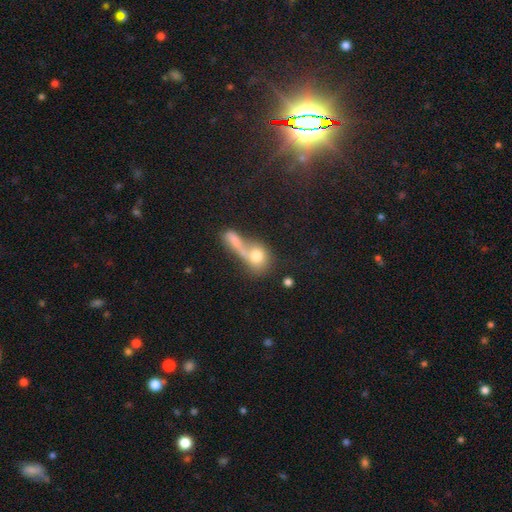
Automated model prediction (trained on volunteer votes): The model was most divided on "how rounded": round: 58%, in between: 35%, cigar-shaped: 7%. More confident: smooth or featured — smooth (72%); merging — merger (62%).